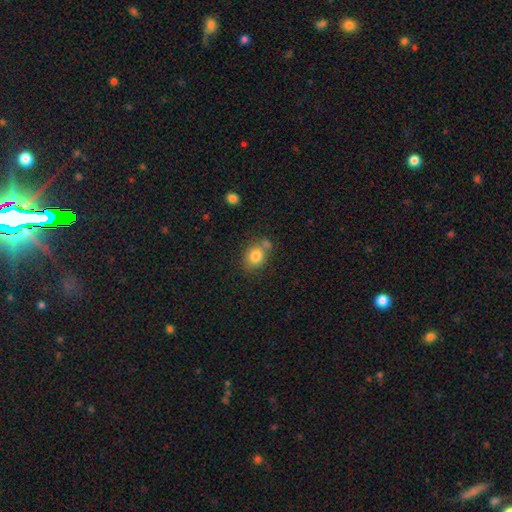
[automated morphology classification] type=smooth (81%); roundness=round (62%); merging=none (61%).